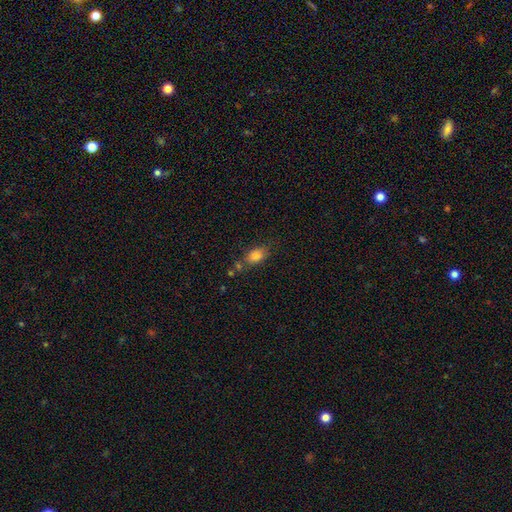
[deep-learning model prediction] This is clearly a smooth galaxy (82%). How rounded: likely in between (78%). Merging: likely none (65%).